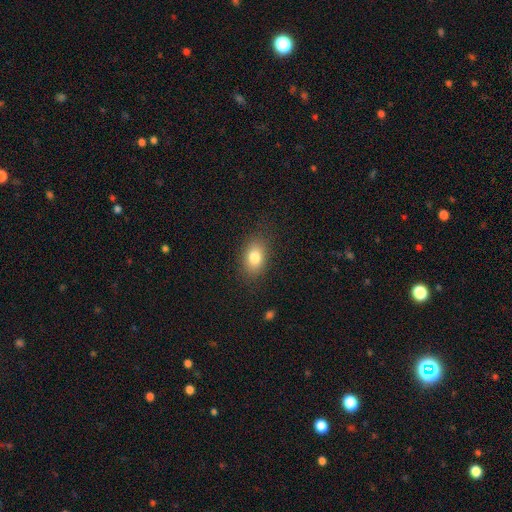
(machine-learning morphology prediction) type=smooth (80%); roundness=in between (81%); merging=none (86%).